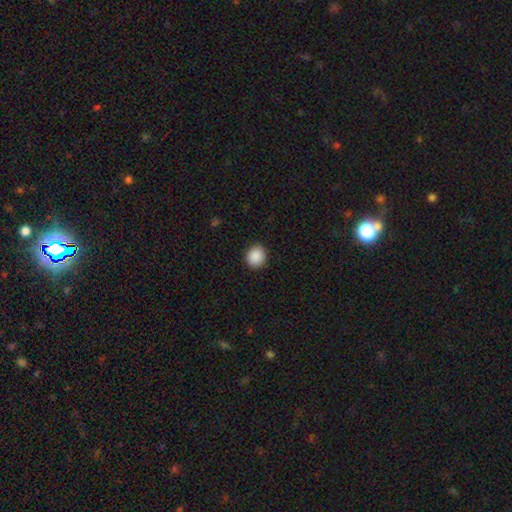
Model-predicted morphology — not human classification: Smooth or featured: smooth — 89% (star or artifact — 8%)
How rounded: round — 81% (in between — 18%)
Merging: none — 92% (minor disturbance — 6%)